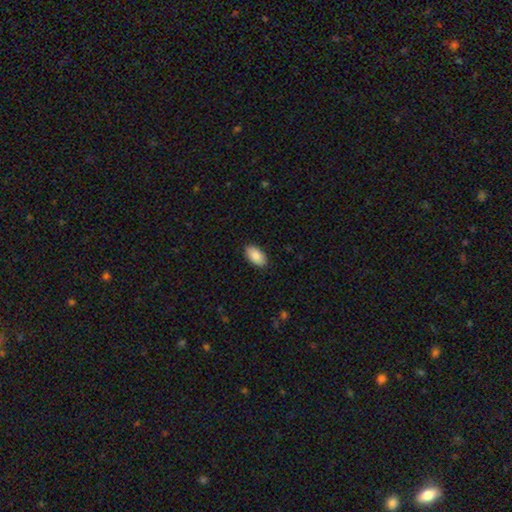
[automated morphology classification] type=smooth (89%); roundness=in between (95%); merging=none (89%).